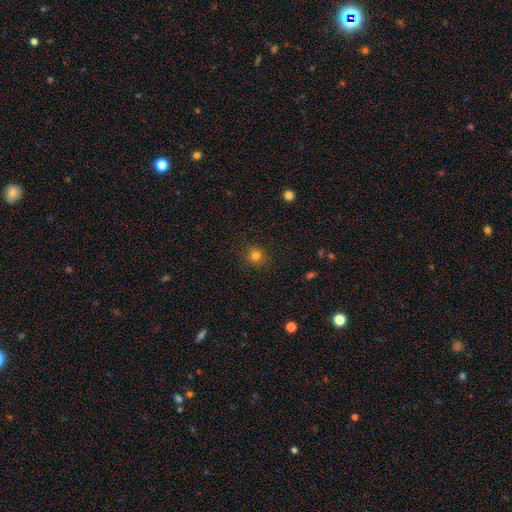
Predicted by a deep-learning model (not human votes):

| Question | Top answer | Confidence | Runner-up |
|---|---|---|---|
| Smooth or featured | smooth | 80% | star or artifact (14%) |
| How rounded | round | 88% | in between (11%) |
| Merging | none | 89% | minor disturbance (8%) |